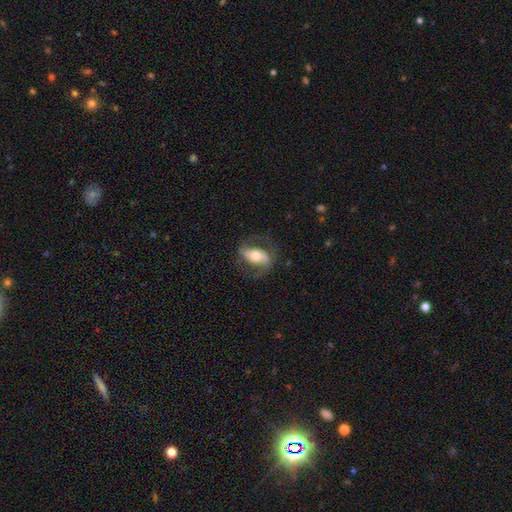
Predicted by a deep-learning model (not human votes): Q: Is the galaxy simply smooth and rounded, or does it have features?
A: featured or disk — 60%.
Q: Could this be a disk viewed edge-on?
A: no — 92%.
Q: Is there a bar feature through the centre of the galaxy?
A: strong — 38%.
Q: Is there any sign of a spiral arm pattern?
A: yes — 75%.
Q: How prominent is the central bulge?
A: moderate — 66%.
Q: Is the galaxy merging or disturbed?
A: none — 70%.